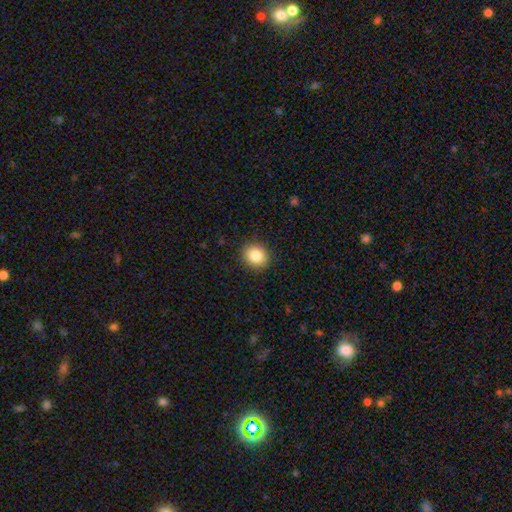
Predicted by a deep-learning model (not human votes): Q: Smooth or featured?
A: smooth (85%); runner-up: star or artifact (9%)
Q: How rounded?
A: round (83%); runner-up: in between (16%)
Q: Merging?
A: none (90%); runner-up: minor disturbance (7%)